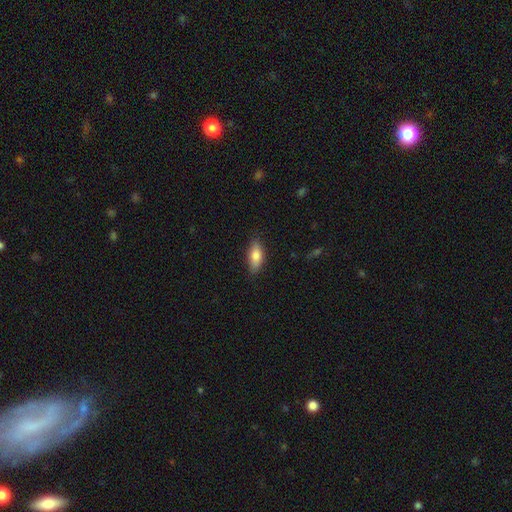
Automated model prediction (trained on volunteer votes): Smooth or featured?
  - smooth: 79% *
  - featured or disk: 14%
  - star or artifact: 6%
How rounded?
  - in between: 82% *
  - cigar-shaped: 15%
  - round: 3%
Merging?
  - none: 84% *
  - minor disturbance: 13%
  - major disturbance: 2%
  - merger: 1%